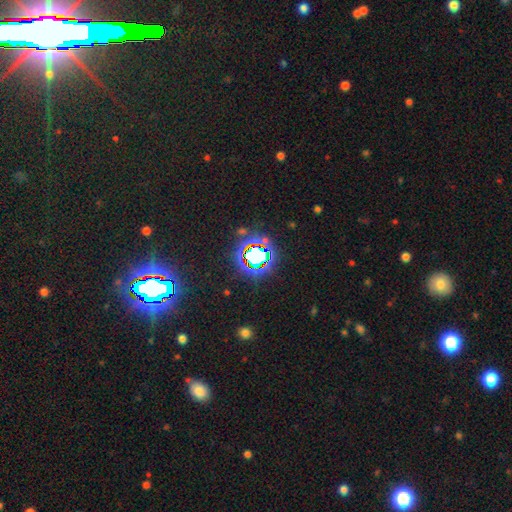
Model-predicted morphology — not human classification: Q: Smooth or featured?
A: star or artifact (70%); runner-up: smooth (18%)